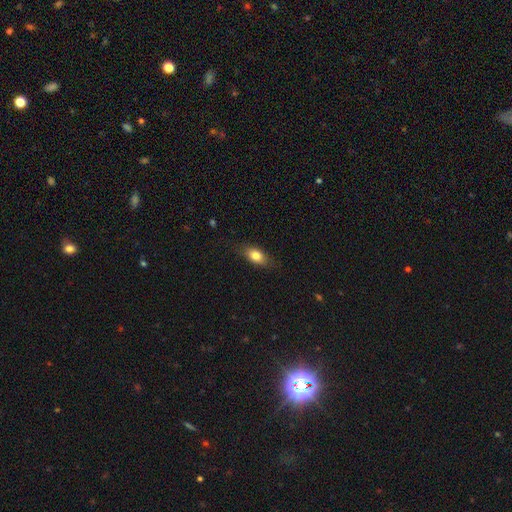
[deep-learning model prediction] Q: Smooth or featured?
A: smooth (78%); runner-up: featured or disk (14%)
Q: How rounded?
A: in between (79%); runner-up: round (12%)
Q: Merging?
A: none (78%); runner-up: minor disturbance (17%)